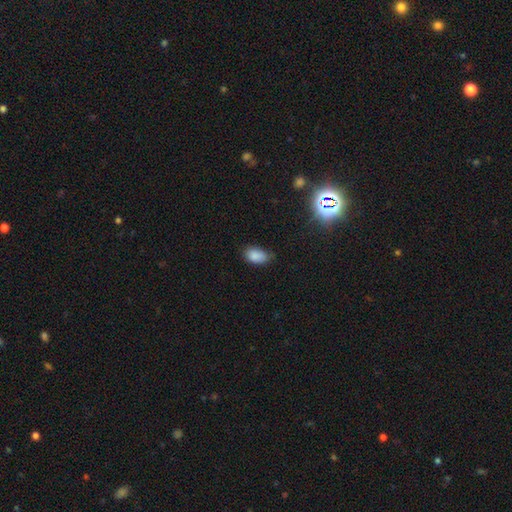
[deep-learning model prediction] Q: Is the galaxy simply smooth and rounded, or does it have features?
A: smooth — 85%.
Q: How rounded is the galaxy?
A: in between — 90%.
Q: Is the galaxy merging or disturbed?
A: none — 64%.